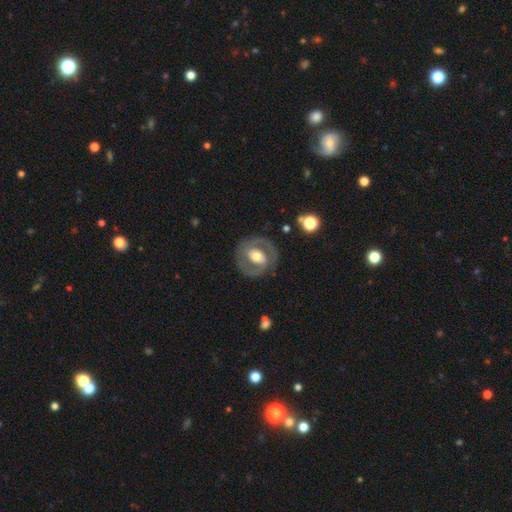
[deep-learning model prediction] Q: Smooth or featured?
A: featured or disk (71%); runner-up: smooth (24%)
Q: Edge-on disk?
A: no (96%); runner-up: yes (4%)
Q: Bar?
A: no (39%); runner-up: weak (35%)
Q: Spiral arms?
A: yes (59%); runner-up: no (41%)
Q: Bulge size?
A: moderate (62%); runner-up: large (22%)
Q: Merging?
A: none (81%); runner-up: minor disturbance (11%)